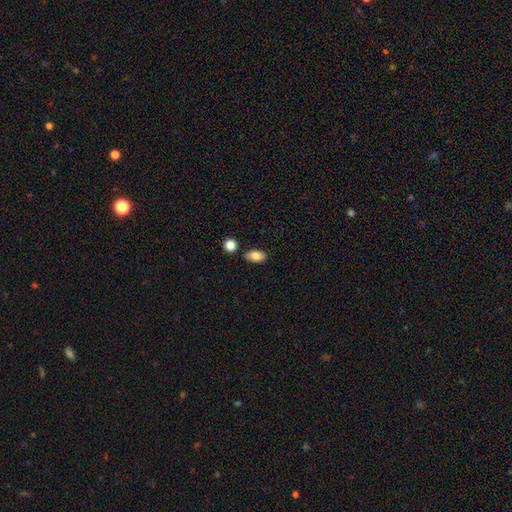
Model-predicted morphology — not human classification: type=smooth (83%); roundness=in between (90%); merging=none (80%).